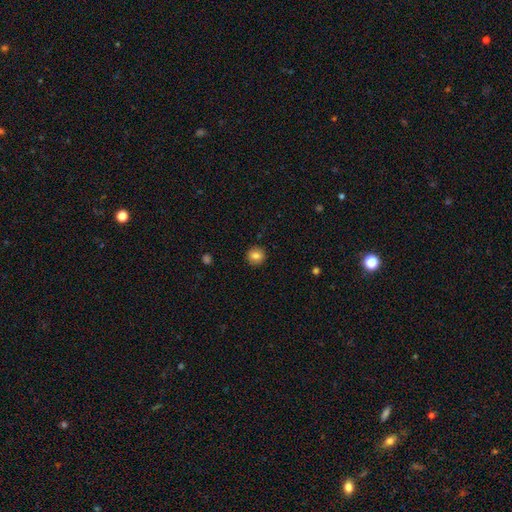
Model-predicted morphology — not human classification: A smooth galaxy with no disk features (83%) that is round (91%).

Vote fractions:
- Smooth or featured? smooth: 83% / star or artifact: 10% / featured or disk: 8%
- How rounded? round: 91% / in between: 8% / cigar-shaped: 1%
- Merging? none: 91% / minor disturbance: 6% / major disturbance: 2% / merger: 1%